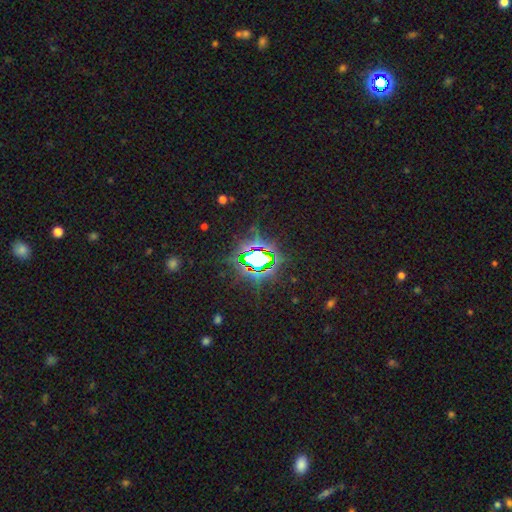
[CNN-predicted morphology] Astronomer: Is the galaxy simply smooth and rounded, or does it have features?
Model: star or artifact — 78%.